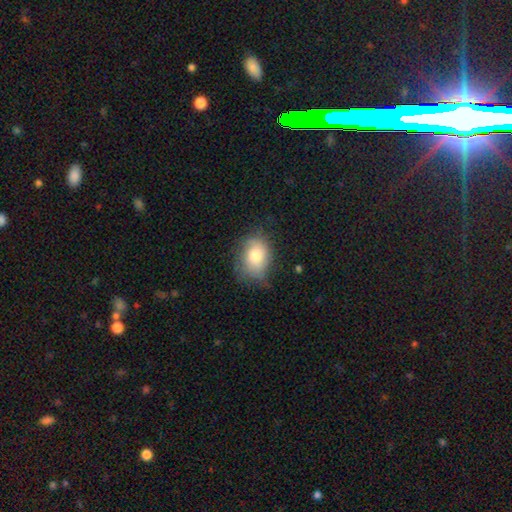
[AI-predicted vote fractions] Smooth or featured? smooth (75%)
How rounded? in between (60%)
Merging? none (63%)